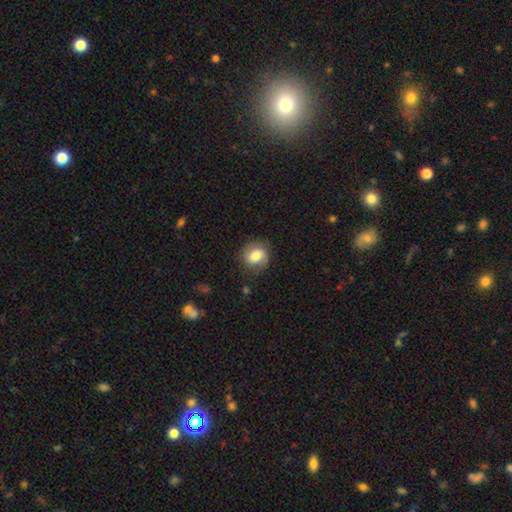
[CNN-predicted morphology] Smooth or featured? Predicted: smooth (p=0.63). How rounded? Predicted: round (p=0.53). Merging? Predicted: none (p=0.73).